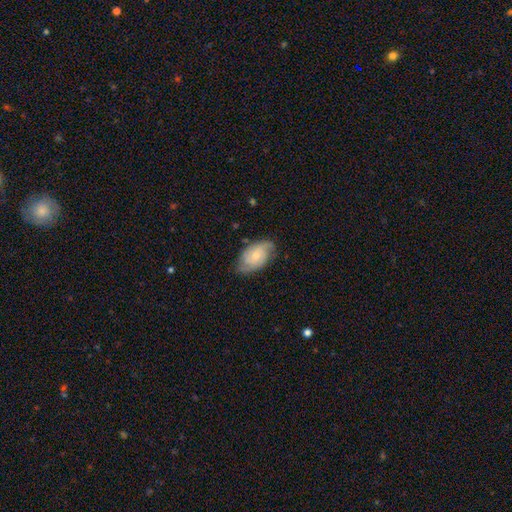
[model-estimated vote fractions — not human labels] This appears to be a featured or disk galaxy (64%) with no bar (71%), 2 (47%) tight (46%) spiral arms (92%) and a small central bulge (55%). Merging: none (72%).